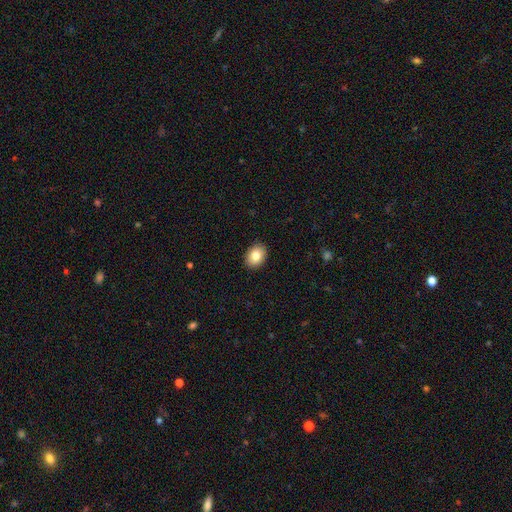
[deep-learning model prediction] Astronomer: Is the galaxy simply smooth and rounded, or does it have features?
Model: smooth — 83%.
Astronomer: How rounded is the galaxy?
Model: in between — 66%.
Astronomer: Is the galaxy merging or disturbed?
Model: none — 91%.